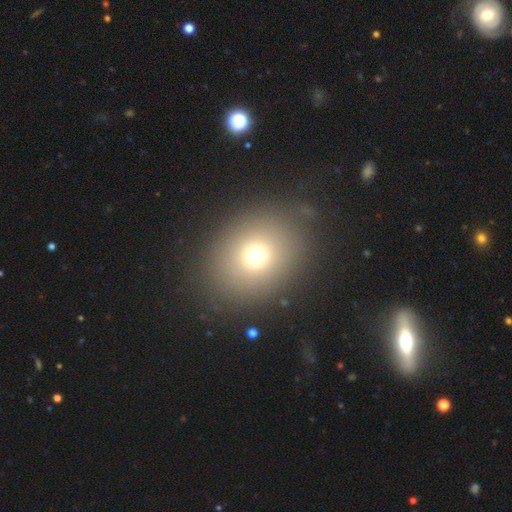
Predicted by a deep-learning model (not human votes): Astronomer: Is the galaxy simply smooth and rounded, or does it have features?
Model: smooth — 69%.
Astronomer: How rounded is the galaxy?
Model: round — 67%.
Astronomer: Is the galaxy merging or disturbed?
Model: none — 83%.